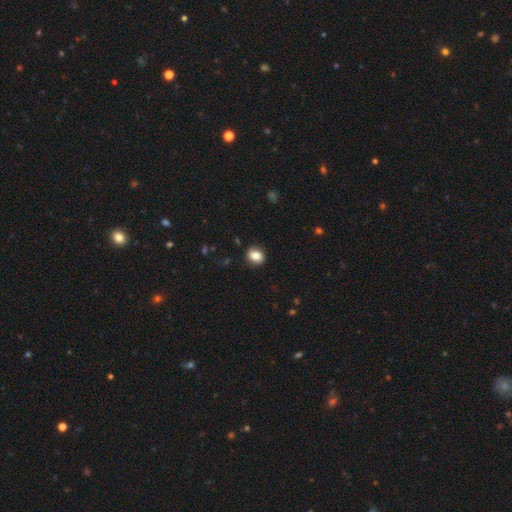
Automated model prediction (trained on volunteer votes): Smooth or featured? smooth (82%)
How rounded? round (57%)
Merging? none (85%)